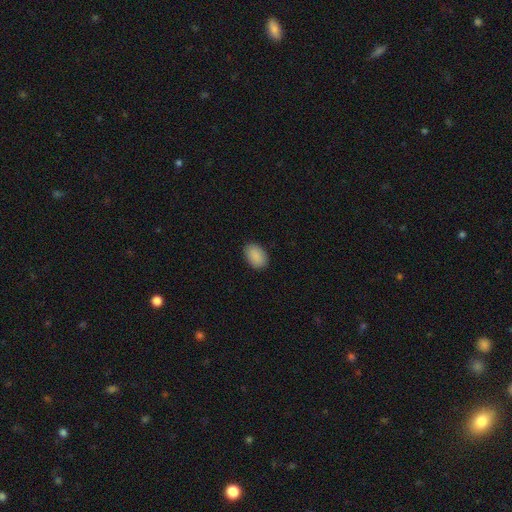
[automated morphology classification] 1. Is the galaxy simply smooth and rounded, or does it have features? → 90% smooth, 7% star or artifact, 3% featured or disk.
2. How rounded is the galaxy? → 88% in between, 10% round, 1% cigar-shaped.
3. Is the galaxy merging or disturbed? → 87% none, 10% minor disturbance, 2% major disturbance, 1% merger.